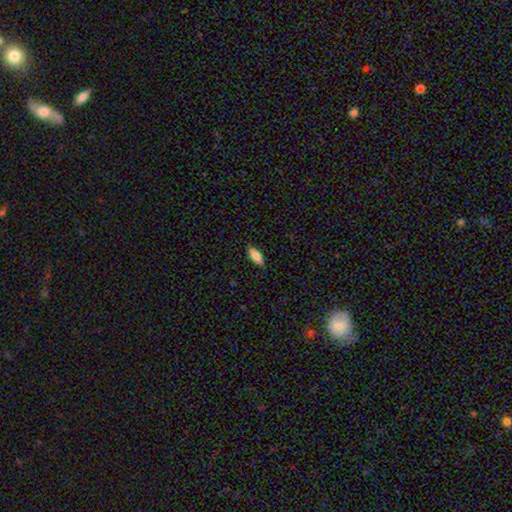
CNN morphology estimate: This is likely a smooth galaxy (77%). How rounded: likely in between (67%). Merging: clearly none (85%).